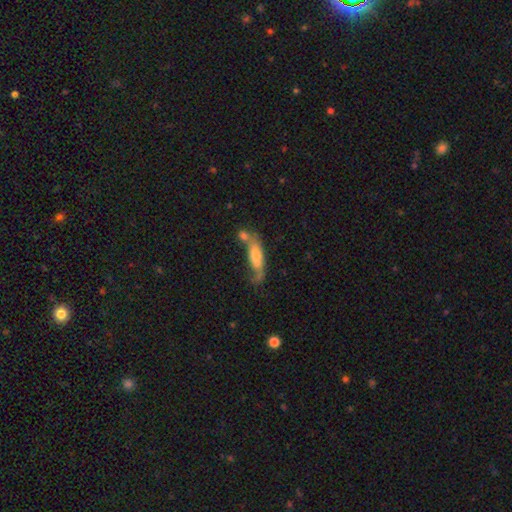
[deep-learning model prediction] Smooth or featured: smooth — 58% (featured or disk — 35%)
How rounded: cigar-shaped — 49% (in between — 48%)
Merging: none — 34% (merger — 31%)